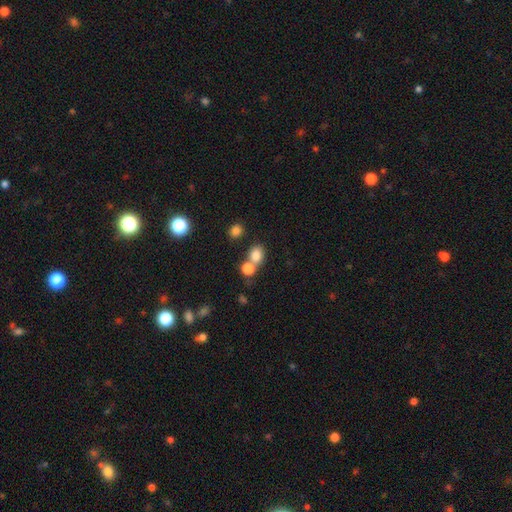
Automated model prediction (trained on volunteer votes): This appears to be a smooth galaxy with no disk features (81%) that is round (62%). Merging: none (50%).